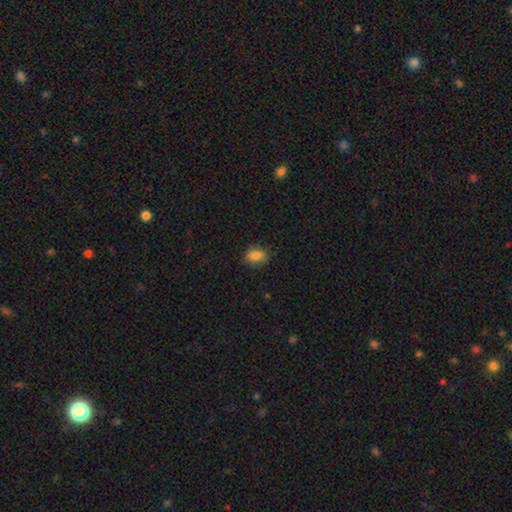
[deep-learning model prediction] Smooth or featured?
  - smooth: 78% *
  - featured or disk: 13%
  - star or artifact: 9%
How rounded?
  - in between: 68% *
  - round: 30%
  - cigar-shaped: 2%
Merging?
  - none: 75% *
  - minor disturbance: 19%
  - major disturbance: 5%
  - merger: 1%